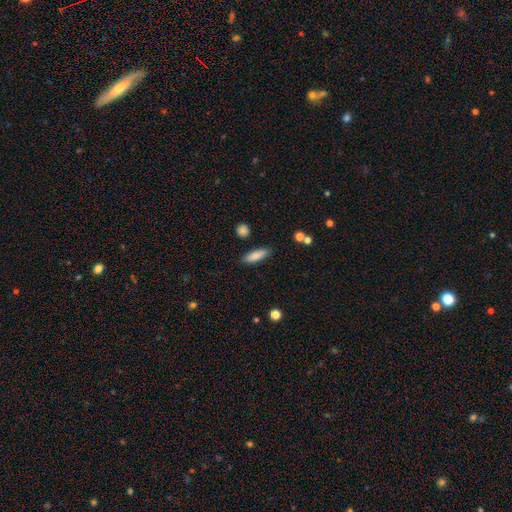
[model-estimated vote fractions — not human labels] Smooth or featured?
  - smooth: 82% *
  - featured or disk: 11%
  - star or artifact: 7%
How rounded?
  - cigar-shaped: 49% *
  - in between: 48%
  - round: 2%
Merging?
  - none: 86% *
  - minor disturbance: 9%
  - merger: 2%
  - major disturbance: 2%